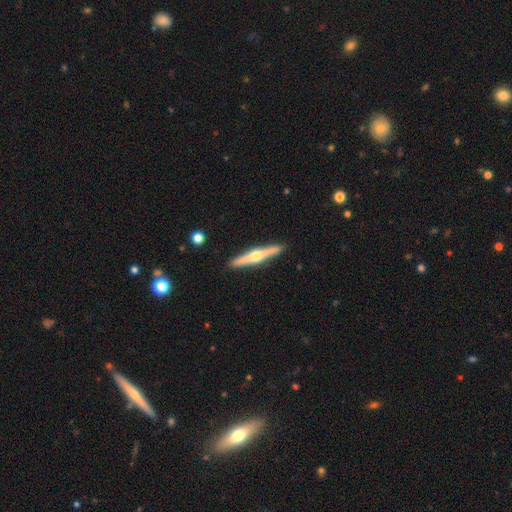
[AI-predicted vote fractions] This appears to be a featured or disk galaxy (73%) viewed edge-on (98%) with a rounded central bulge (95%). Merging: none (92%).